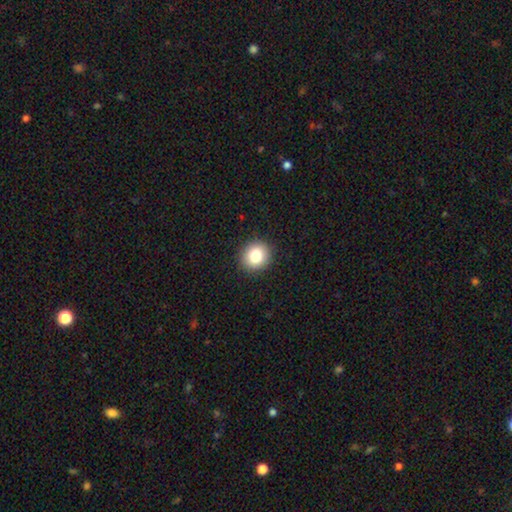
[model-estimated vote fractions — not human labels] Smooth or featured? smooth (81%)
How rounded? round (83%)
Merging? none (91%)